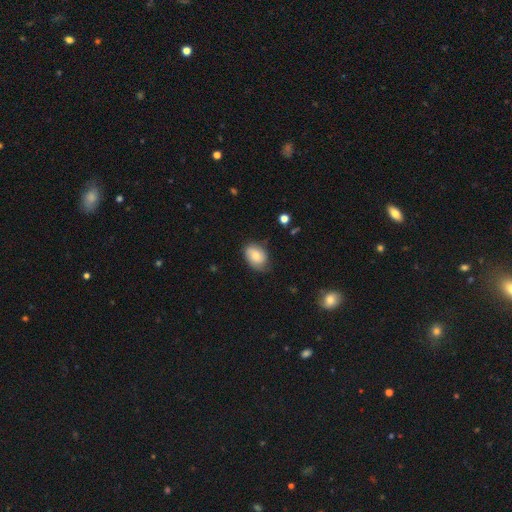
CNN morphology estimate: Q: Smooth or featured?
A: smooth (68%); runner-up: featured or disk (24%)
Q: How rounded?
A: in between (77%); runner-up: round (22%)
Q: Merging?
A: none (65%); runner-up: minor disturbance (28%)